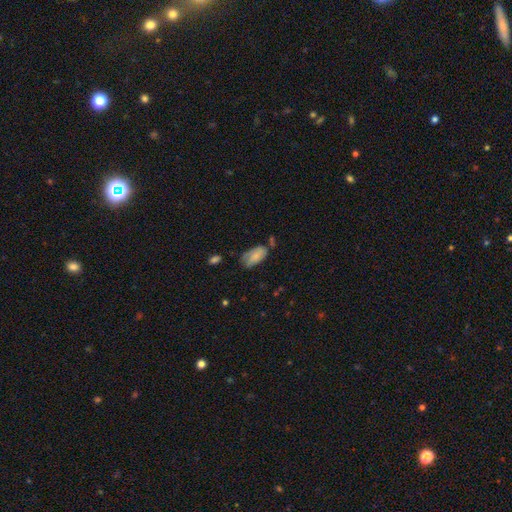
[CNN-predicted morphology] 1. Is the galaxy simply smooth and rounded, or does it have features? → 70% smooth, 22% featured or disk, 8% star or artifact.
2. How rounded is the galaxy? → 92% in between, 4% cigar-shaped, 3% round.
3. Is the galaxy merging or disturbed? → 46% none, 35% minor disturbance, 13% major disturbance, 7% merger.